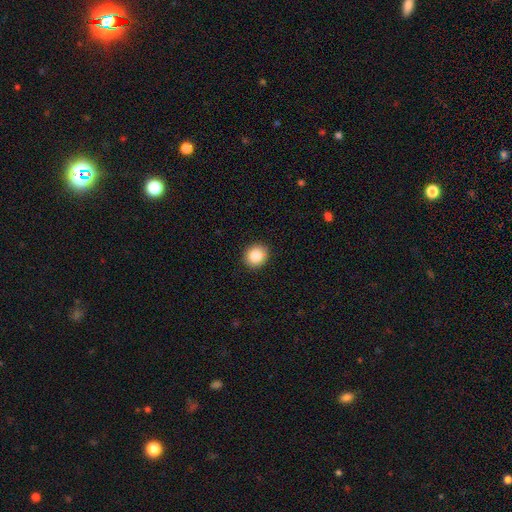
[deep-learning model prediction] Smooth or featured?
  - smooth: 87% *
  - star or artifact: 9%
  - featured or disk: 5%
How rounded?
  - round: 81% *
  - in between: 18%
  - cigar-shaped: 1%
Merging?
  - none: 91% *
  - minor disturbance: 6%
  - major disturbance: 2%
  - merger: 1%